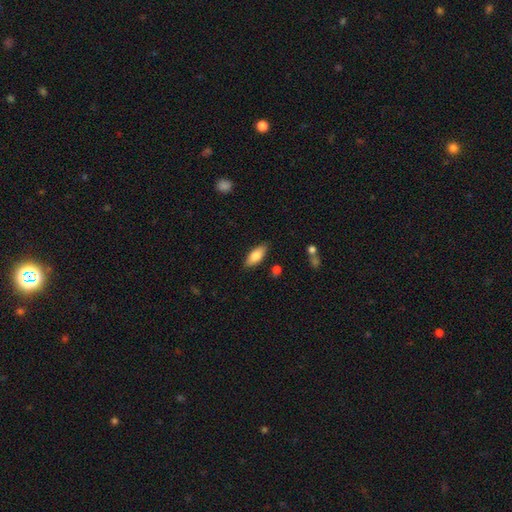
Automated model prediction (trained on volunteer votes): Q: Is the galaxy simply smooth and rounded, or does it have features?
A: smooth — 80%.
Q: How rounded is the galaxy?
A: in between — 80%.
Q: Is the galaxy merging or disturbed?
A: none — 85%.